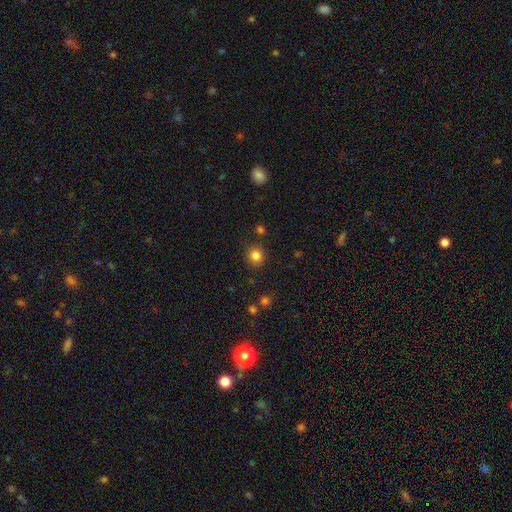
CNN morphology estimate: Smooth or featured? smooth (83%)
How rounded? round (89%)
Merging? none (86%)